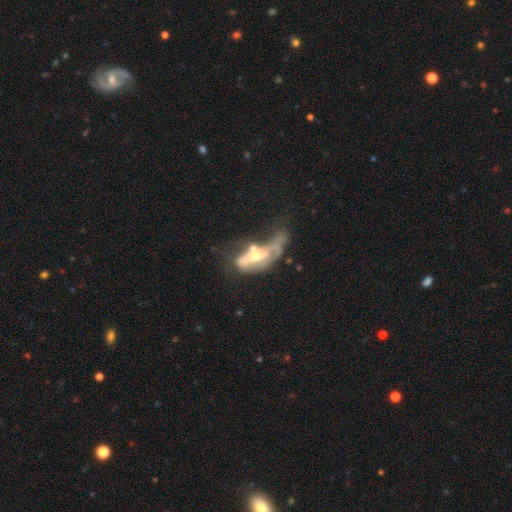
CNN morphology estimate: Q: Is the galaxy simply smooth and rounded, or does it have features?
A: featured or disk — 61%.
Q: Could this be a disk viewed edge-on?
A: no — 81%.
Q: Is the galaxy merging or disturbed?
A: major disturbance — 39%.